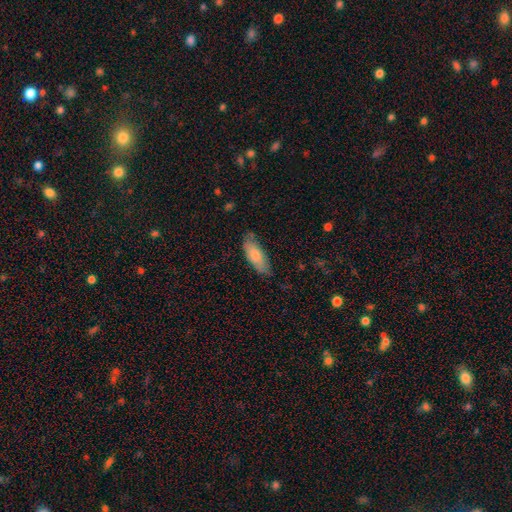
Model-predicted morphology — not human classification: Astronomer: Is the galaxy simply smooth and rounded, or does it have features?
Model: smooth — 77%.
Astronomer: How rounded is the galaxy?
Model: in between — 73%.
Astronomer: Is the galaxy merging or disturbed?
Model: none — 71%.